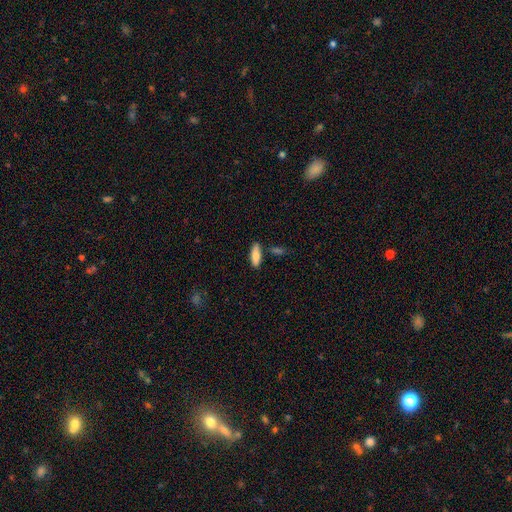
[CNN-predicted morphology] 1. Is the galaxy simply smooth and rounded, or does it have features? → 82% smooth, 12% featured or disk, 6% star or artifact.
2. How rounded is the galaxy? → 64% in between, 35% cigar-shaped, 2% round.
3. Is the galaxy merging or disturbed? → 80% none, 12% minor disturbance, 6% merger, 2% major disturbance.